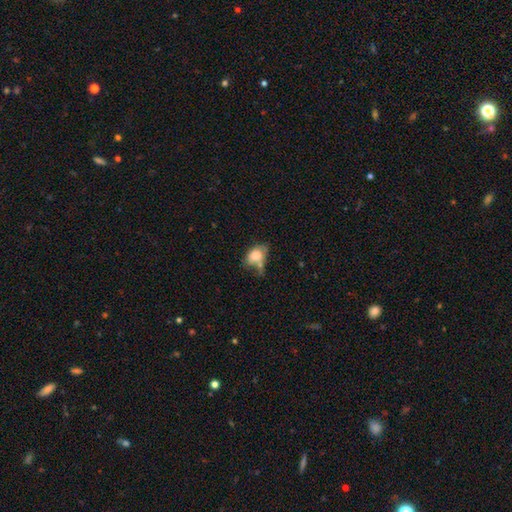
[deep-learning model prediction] Overall: smooth (73%). How rounded: in between (77%). Merging: none (32%; minor disturbance 26%).